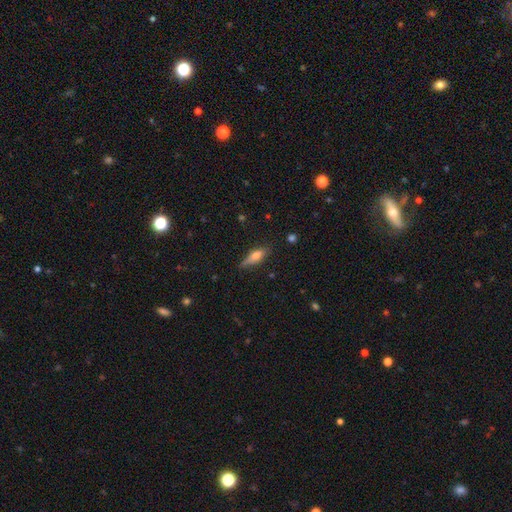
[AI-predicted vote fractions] A smooth galaxy with no disk features (54%) that is cigar-shaped (56%).

Vote fractions:
- Smooth or featured? smooth: 54% / featured or disk: 38% / star or artifact: 8%
- How rounded? cigar-shaped: 56% / in between: 41% / round: 3%
- Merging? none: 78% / minor disturbance: 17% / major disturbance: 4% / merger: 2%